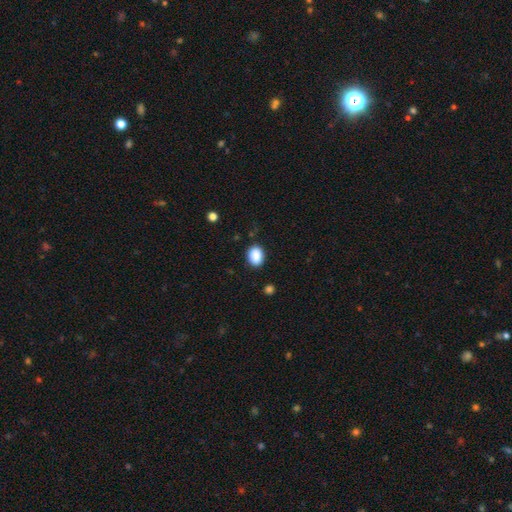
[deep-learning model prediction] smooth 89%, star or artifact 8%, featured or disk 3%. Down the decision tree: how rounded — in between (68%); merging — none (85%).